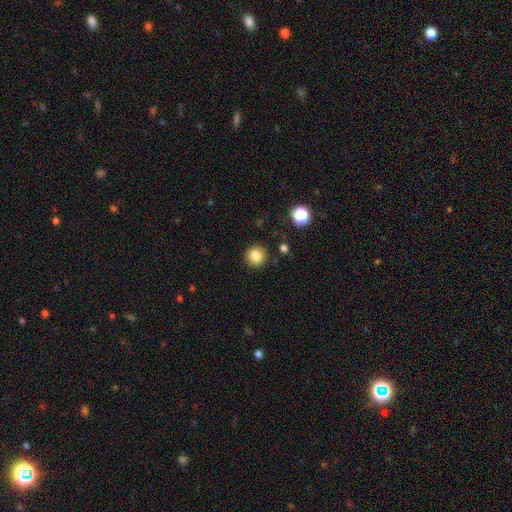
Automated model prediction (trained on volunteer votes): Overall: smooth (83%). How rounded: round (89%). Merging: none (89%).